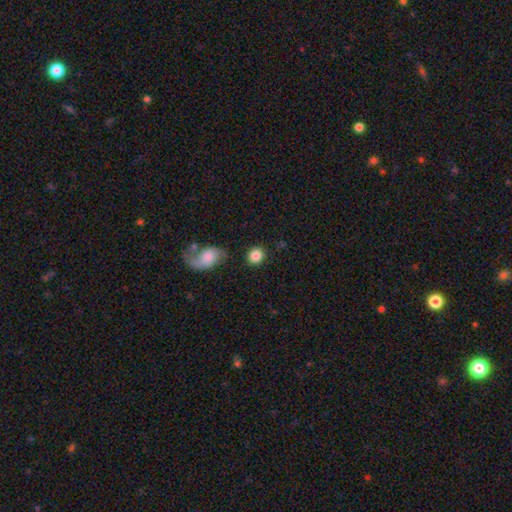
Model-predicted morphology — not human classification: Smooth or featured?
  - smooth: 85% *
  - star or artifact: 8%
  - featured or disk: 7%
How rounded?
  - round: 80% *
  - in between: 19%
  - cigar-shaped: 1%
Merging?
  - none: 81% *
  - minor disturbance: 10%
  - merger: 6%
  - major disturbance: 4%